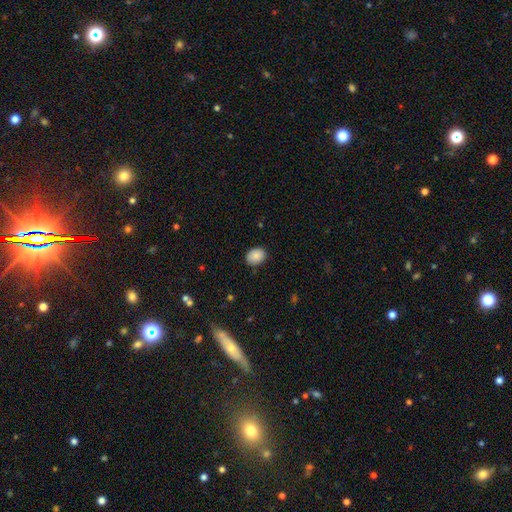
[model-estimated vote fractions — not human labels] smooth-or-featured: smooth: 88% | star or artifact: 8% | featured or disk: 5%
  how-rounded: in between: 62% | round: 38% | cigar-shaped: 1%
  merging: none: 84% | minor disturbance: 12% | major disturbance: 2% | merger: 1%